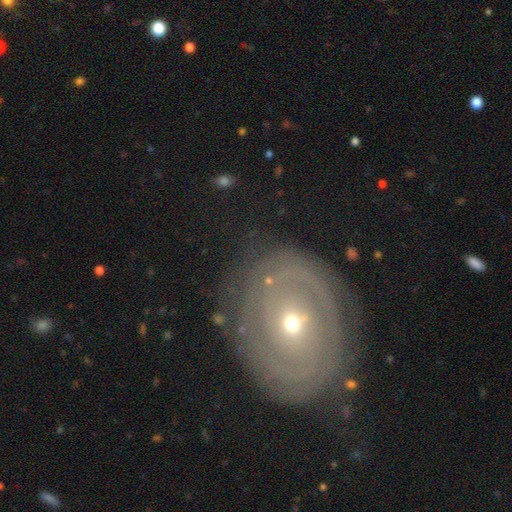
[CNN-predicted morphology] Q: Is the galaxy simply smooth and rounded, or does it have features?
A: featured or disk — 75%.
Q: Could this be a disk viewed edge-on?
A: no — 96%.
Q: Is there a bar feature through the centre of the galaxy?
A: no — 77%.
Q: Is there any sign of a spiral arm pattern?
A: yes — 76%.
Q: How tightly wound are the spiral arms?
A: tight — 76%.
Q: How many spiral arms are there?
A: can't tell — 37%.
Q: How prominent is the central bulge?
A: small — 61%.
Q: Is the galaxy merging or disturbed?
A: none — 79%.